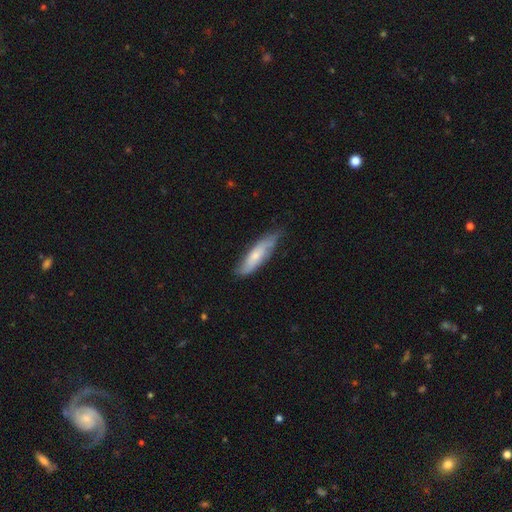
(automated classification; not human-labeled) The model was most divided on "smooth or featured": smooth: 55%, featured or disk: 39%, star or artifact: 6%. More confident: merging — none (64%); how rounded — cigar-shaped (62%).